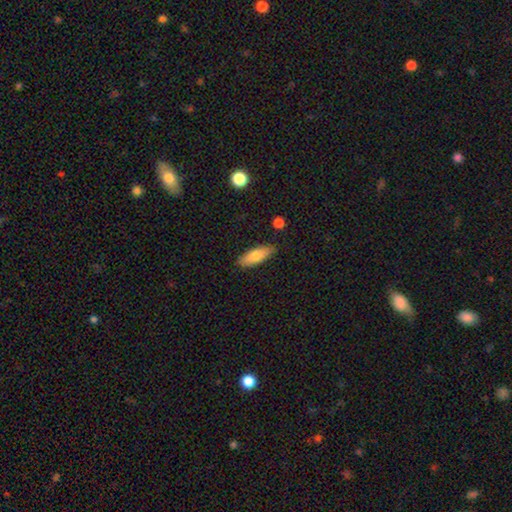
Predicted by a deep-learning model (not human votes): smooth-or-featured: smooth: 76% | featured or disk: 18% | star or artifact: 6%
  how-rounded: in between: 66% | cigar-shaped: 32% | round: 2%
  merging: none: 87% | minor disturbance: 10% | major disturbance: 2% | merger: 2%